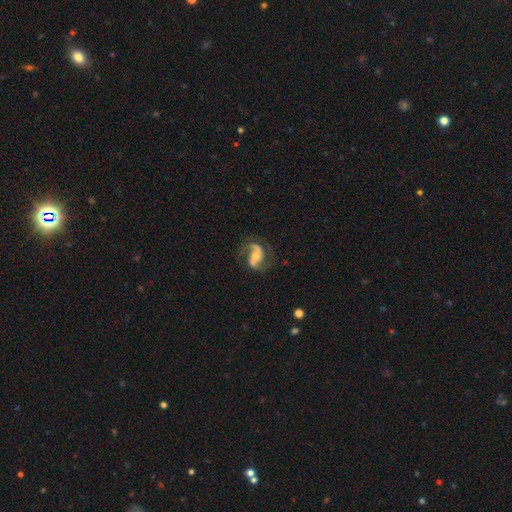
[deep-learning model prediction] smooth-or-featured: featured or disk: 77% | smooth: 16% | star or artifact: 7%
  disk-edge-on: no: 97% | yes: 3%
    bar: no: 49% | weak: 34% | strong: 16%
    has-spiral-arms: yes: 91% | no: 9%
      spiral-winding: loose: 44% | medium: 42% | tight: 13%
      spiral-arm-count: 2: 82% | 1: 10% | can't tell: 5% | 3: 1% | 4: 1% | more than 4: 1%
    bulge-size: moderate: 54% | small: 35% | large: 6% | none: 4% | dominant: 1%
  merging: none: 53% | minor disturbance: 19% | major disturbance: 16% | merger: 12%